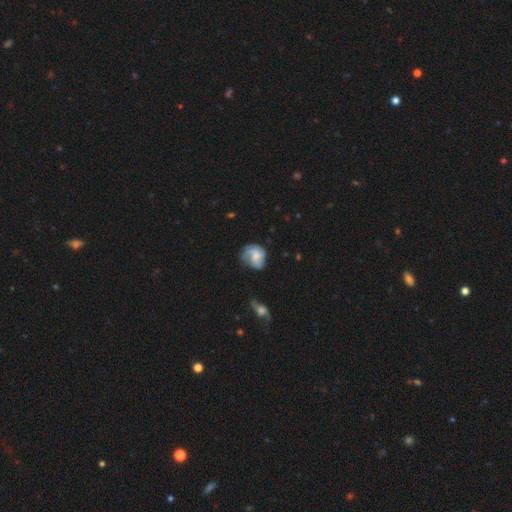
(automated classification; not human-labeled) featured or disk 56%, smooth 36%, star or artifact 8%. Down the decision tree: edge-on disk — no (97%); bar — no (63%); spiral arms — yes (84%); bulge size — moderate (41%); merging — none (51%).